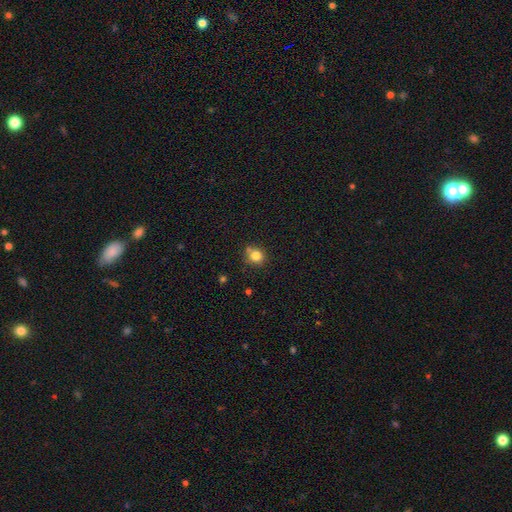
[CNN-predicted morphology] smooth_or_featured: smooth (p=0.80) [alt: star or artifact p=0.12]
how_rounded: round (p=0.78) [alt: in between p=0.21]
merging: none (p=0.69) [alt: minor disturbance p=0.16]